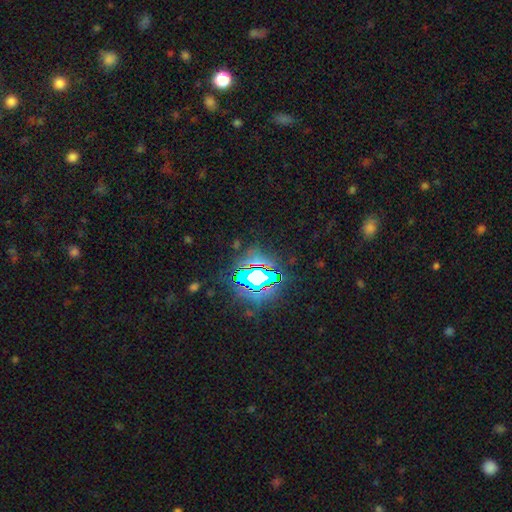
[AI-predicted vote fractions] Overall: star or artifact (80%).